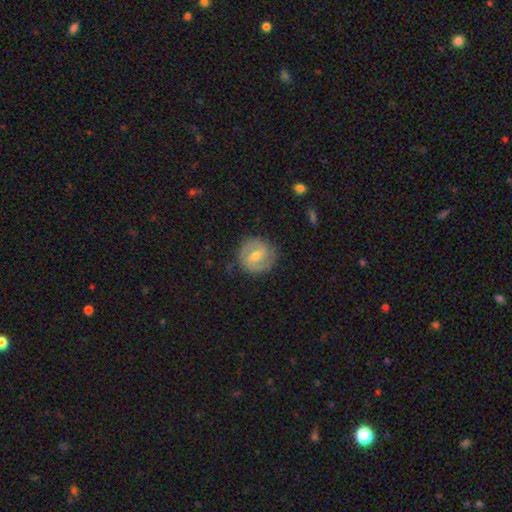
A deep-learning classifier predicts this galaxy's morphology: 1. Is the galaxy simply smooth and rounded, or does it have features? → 64% featured or disk, 30% smooth, 6% star or artifact.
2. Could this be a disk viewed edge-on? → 97% no, 3% yes.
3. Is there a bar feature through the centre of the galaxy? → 55% weak, 26% strong, 19% no.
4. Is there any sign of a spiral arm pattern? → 81% yes, 19% no.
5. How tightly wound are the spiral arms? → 43% tight, 42% medium, 15% loose.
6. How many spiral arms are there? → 83% 2, 11% can't tell, 3% 1, 2% 3, 1% 4, 1% more than 4.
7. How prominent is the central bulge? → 60% moderate, 35% small, 3% large, 2% none, 1% dominant.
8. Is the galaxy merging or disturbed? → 83% none, 12% minor disturbance, 4% major disturbance, 1% merger.